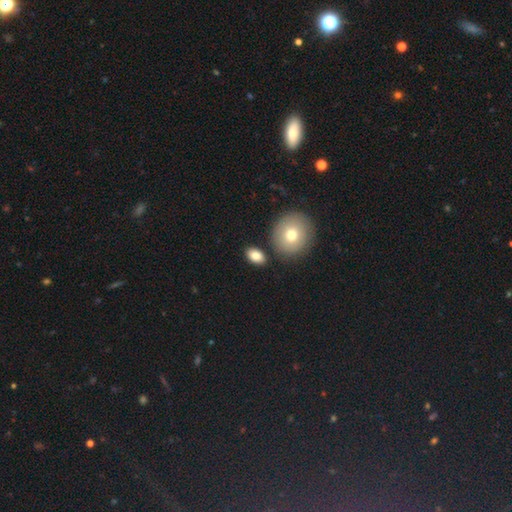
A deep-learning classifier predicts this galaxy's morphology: Q: Smooth or featured?
A: smooth (84%); runner-up: featured or disk (9%)
Q: How rounded?
A: in between (85%); runner-up: round (14%)
Q: Merging?
A: none (81%); runner-up: minor disturbance (10%)